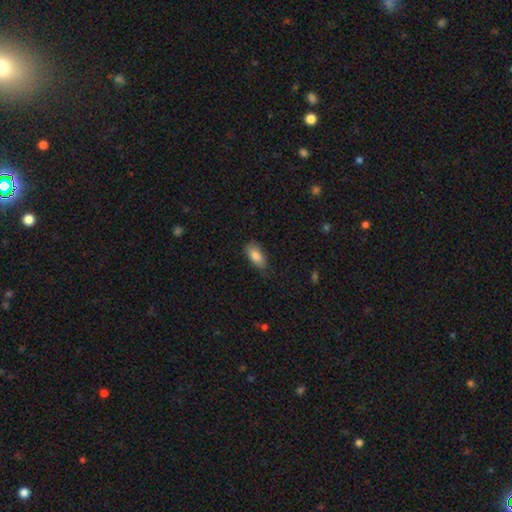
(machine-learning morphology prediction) type=smooth (84%); roundness=in between (86%); merging=none (72%).